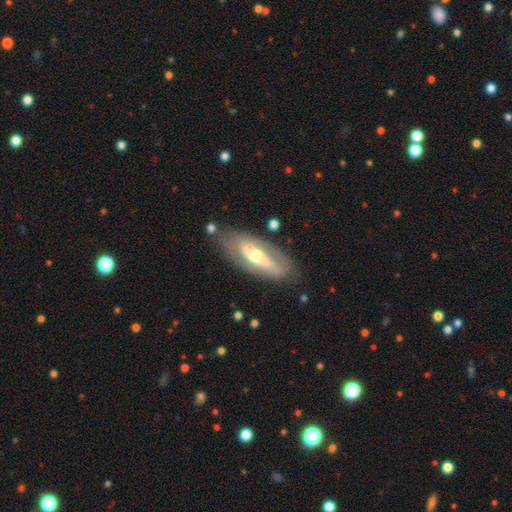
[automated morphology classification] smooth_or_featured: featured or disk (p=0.69) [alt: smooth p=0.26]
disk_edge_on: no (p=0.78) [alt: yes p=0.22]
bar: no (p=0.45) [alt: strong p=0.29]
has_spiral_arms: no (p=0.53) [alt: yes p=0.47]
bulge_size: moderate (p=0.64) [alt: small p=0.27]
merging: none (p=0.76) [alt: minor disturbance p=0.16]